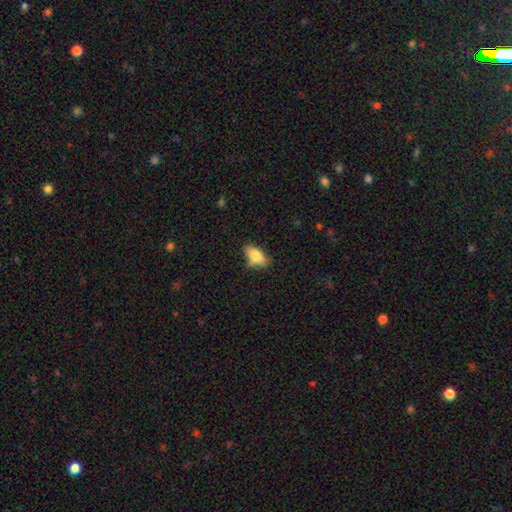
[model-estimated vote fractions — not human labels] This is likely a smooth galaxy (78%). How rounded: clearly in between (87%). Merging: likely none (62%).